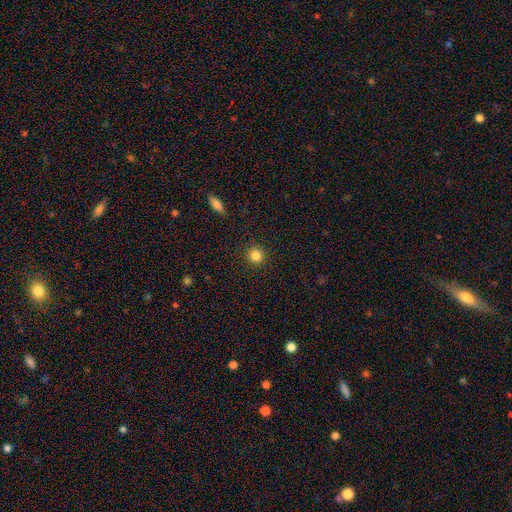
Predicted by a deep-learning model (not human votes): Smooth or featured? smooth (84%)
How rounded? round (94%)
Merging? none (91%)